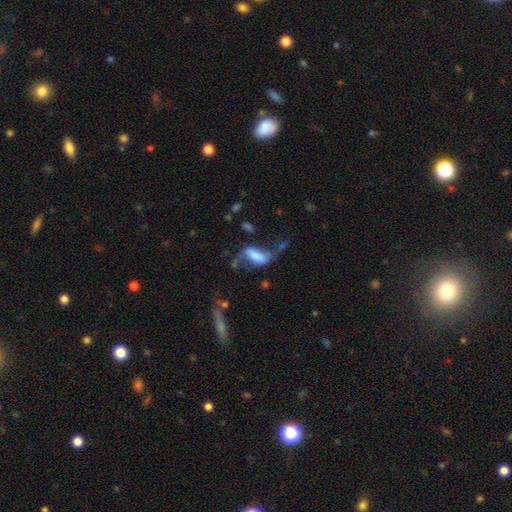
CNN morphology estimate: Smooth or featured? Predicted: featured or disk (p=0.60). Edge-on disk? Predicted: no (p=0.93). Bar? Predicted: strong (p=0.41). Spiral arms? Predicted: yes (p=0.83). Bulge size? Predicted: none (p=0.25, tied with large). Merging? Predicted: none (p=0.38).